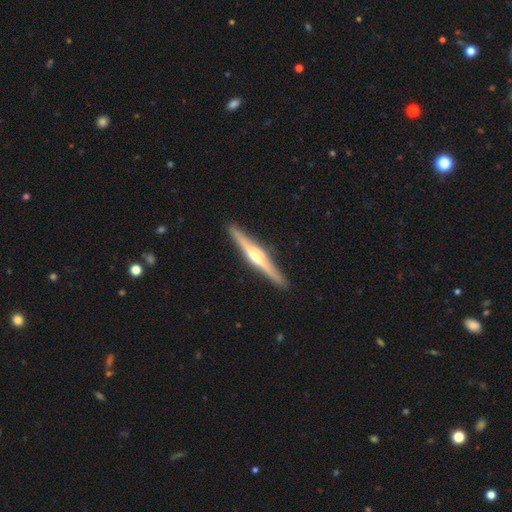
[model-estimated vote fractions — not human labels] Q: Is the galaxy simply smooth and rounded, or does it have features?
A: featured or disk — 79%.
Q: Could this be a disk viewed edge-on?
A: yes — 98%.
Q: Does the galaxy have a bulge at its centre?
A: rounded — 88%.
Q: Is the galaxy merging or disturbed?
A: none — 92%.